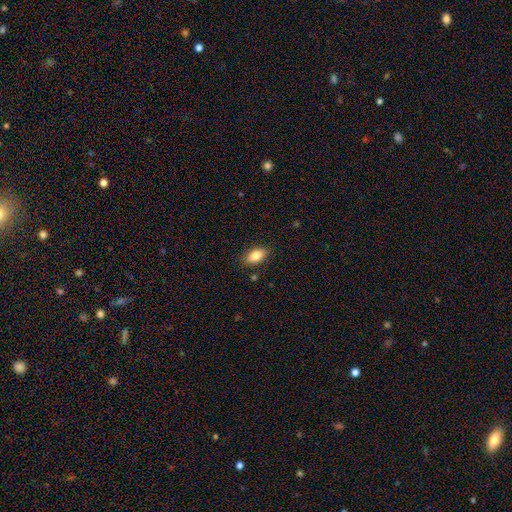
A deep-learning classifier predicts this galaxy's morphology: This is clearly a smooth galaxy (84%). How rounded: clearly in between (91%). Merging: clearly none (87%).